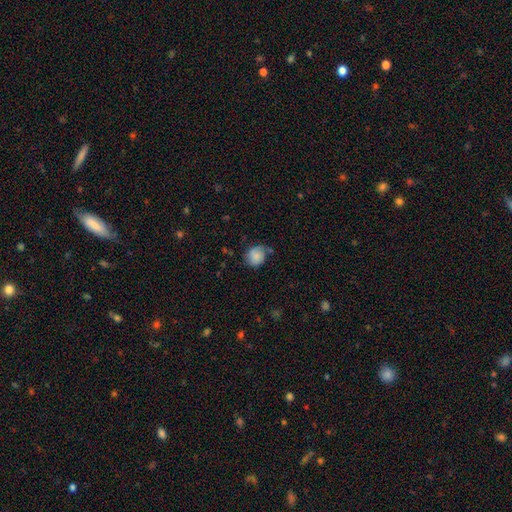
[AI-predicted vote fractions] This appears to be a smooth galaxy with no disk features (74%) that is round (75%). Merging: none (55%).